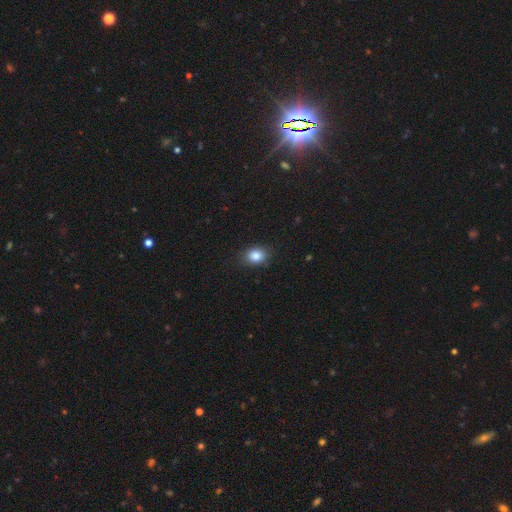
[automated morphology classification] This appears to be a smooth galaxy with no disk features (86%) that is in between round and cigar-shaped (62%). Merging: none (84%).